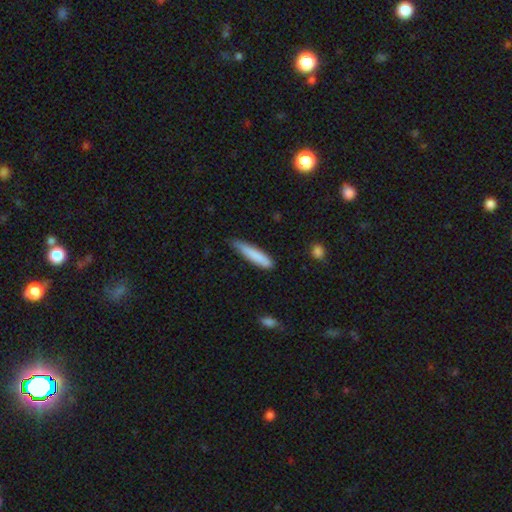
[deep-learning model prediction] Smooth or featured: smooth — 83% (featured or disk — 11%)
How rounded: cigar-shaped — 87% (in between — 11%)
Merging: none — 70% (minor disturbance — 25%)